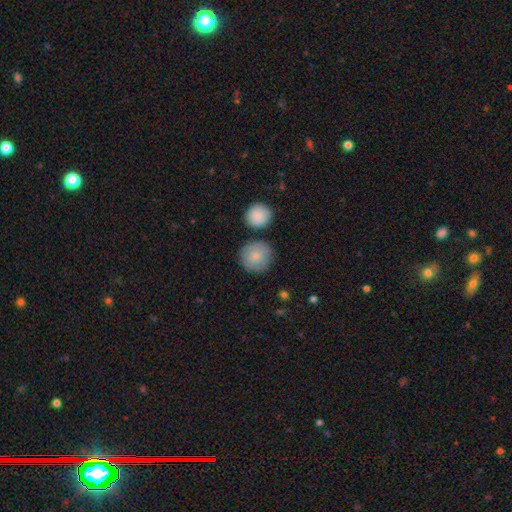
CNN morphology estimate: This appears to be a smooth galaxy with no disk features (84%) that is round (92%). Merging: none (77%).